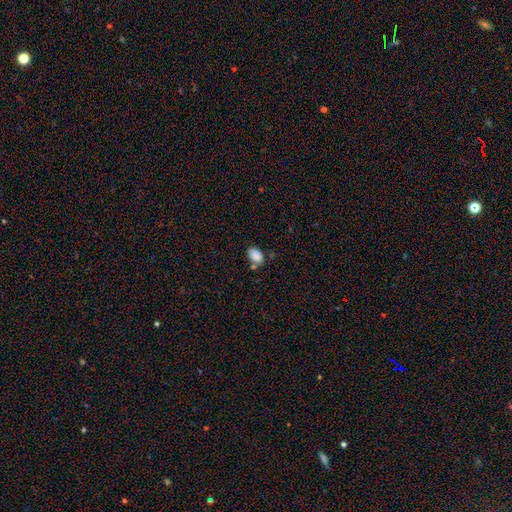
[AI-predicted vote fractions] A smooth galaxy with no disk features (87%) that is in between round and cigar-shaped (86%).

Vote fractions:
- Smooth or featured? smooth: 87% / star or artifact: 9% / featured or disk: 4%
- How rounded? in between: 86% / round: 13% / cigar-shaped: 1%
- Merging? none: 65% / minor disturbance: 19% / merger: 11% / major disturbance: 5%